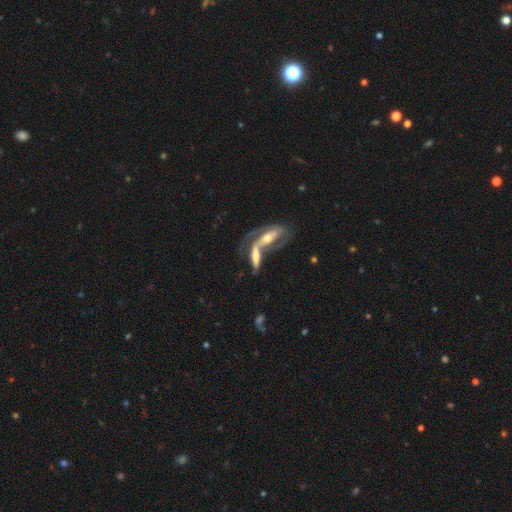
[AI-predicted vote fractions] Q: Smooth or featured?
A: featured or disk (66%); runner-up: smooth (27%)
Q: Edge-on disk?
A: no (66%); runner-up: yes (34%)
Q: Merging?
A: merger (62%); runner-up: none (21%)